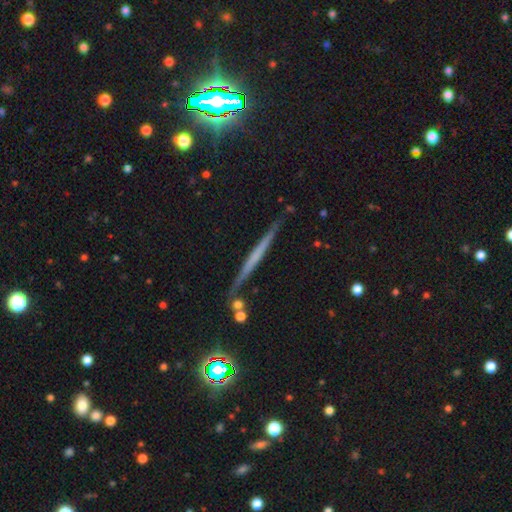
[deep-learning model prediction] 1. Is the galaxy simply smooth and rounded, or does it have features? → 56% featured or disk, 33% smooth, 11% star or artifact.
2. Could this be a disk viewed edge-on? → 96% yes, 4% no.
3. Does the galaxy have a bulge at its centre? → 83% none, 10% rounded, 7% boxy.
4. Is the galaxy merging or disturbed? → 86% none, 9% minor disturbance, 3% merger, 2% major disturbance.